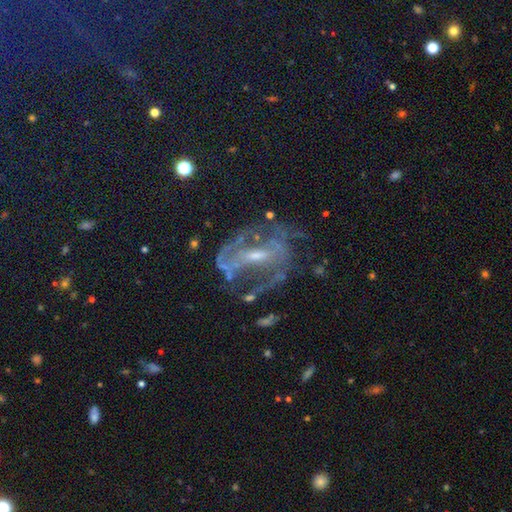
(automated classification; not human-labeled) Overall: featured or disk (79%). Edge-on disk: no (95%). Bar: weak (41%; strong 35%). Spiral arms: yes (83%). Spiral arm count: 2 (50%; can't tell 25%). Spiral winding: medium (47%; tight 29%). Bulge size: small (56%; moderate 34%). Merging: none (55%; major disturbance 23%).